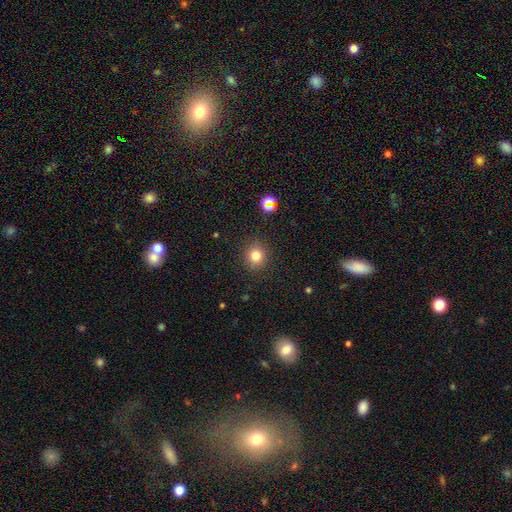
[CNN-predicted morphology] smooth_or_featured: smooth (p=0.79) [alt: star or artifact p=0.14]
how_rounded: round (p=0.83) [alt: in between p=0.16]
merging: none (p=0.88) [alt: minor disturbance p=0.08]